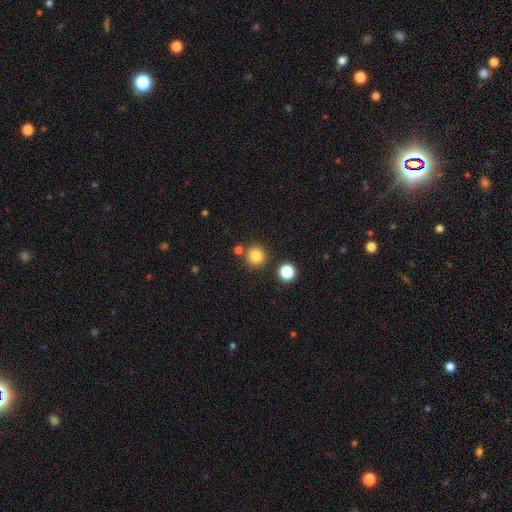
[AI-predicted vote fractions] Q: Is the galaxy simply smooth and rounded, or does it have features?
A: smooth — 83%.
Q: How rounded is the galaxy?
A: round — 94%.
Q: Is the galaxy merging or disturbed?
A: none — 82%.